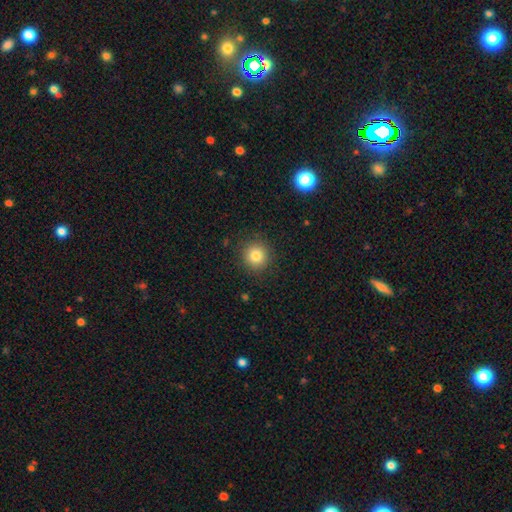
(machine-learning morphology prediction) smooth-or-featured: smooth: 82% | star or artifact: 11% | featured or disk: 7%
  how-rounded: round: 93% | in between: 6% | cigar-shaped: 1%
  merging: none: 90% | minor disturbance: 7% | major disturbance: 2% | merger: 1%